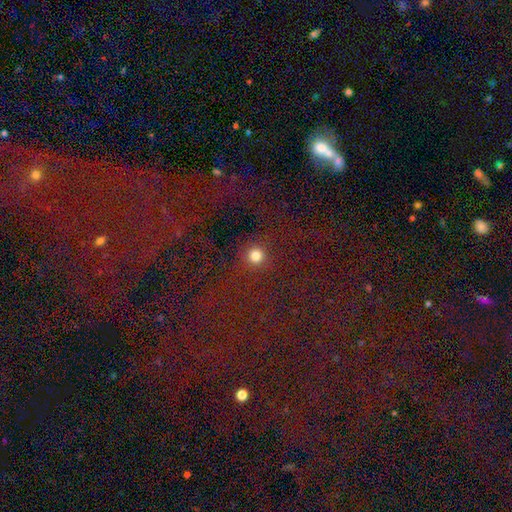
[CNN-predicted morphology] The model was most divided on "smooth or featured": smooth: 73%, star or artifact: 19%, featured or disk: 7%. More confident: how rounded — round (94%); merging — none (84%).